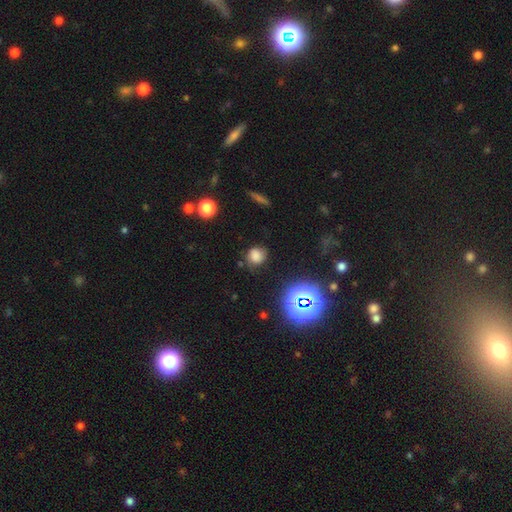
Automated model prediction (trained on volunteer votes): A smooth galaxy with no disk features (70%) that is round (78%).

Vote fractions:
- Smooth or featured? smooth: 70% / star or artifact: 20% / featured or disk: 11%
- How rounded? round: 78% / in between: 20% / cigar-shaped: 1%
- Merging? none: 70% / minor disturbance: 20% / major disturbance: 7% / merger: 3%